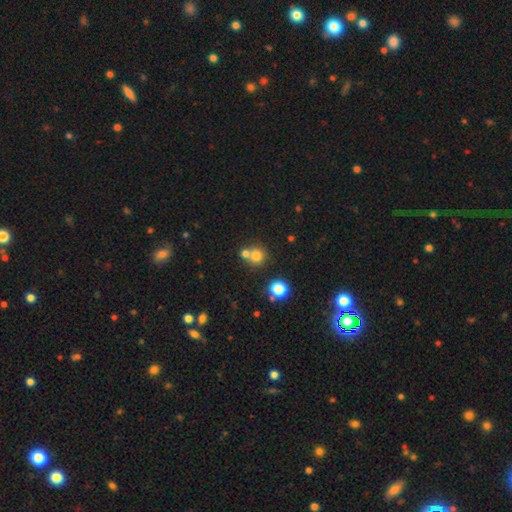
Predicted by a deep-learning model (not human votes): Smooth or featured? Predicted: smooth (p=0.74). How rounded? Predicted: round (p=0.89). Merging? Predicted: none (p=0.55).